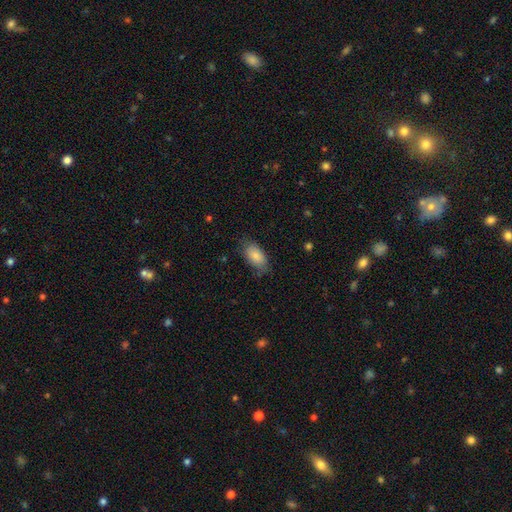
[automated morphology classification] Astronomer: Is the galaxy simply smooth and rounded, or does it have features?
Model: smooth — 84%.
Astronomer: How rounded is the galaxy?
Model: in between — 93%.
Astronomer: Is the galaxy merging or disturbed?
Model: none — 70%.